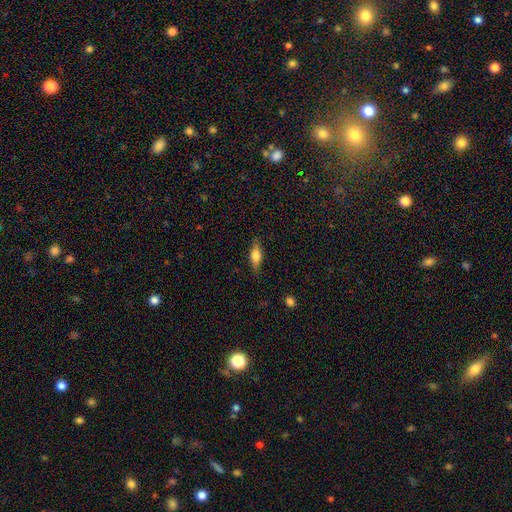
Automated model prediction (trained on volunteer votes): smooth 66%, featured or disk 27%, star or artifact 7%. Down the decision tree: how rounded — in between (62%); merging — none (81%).